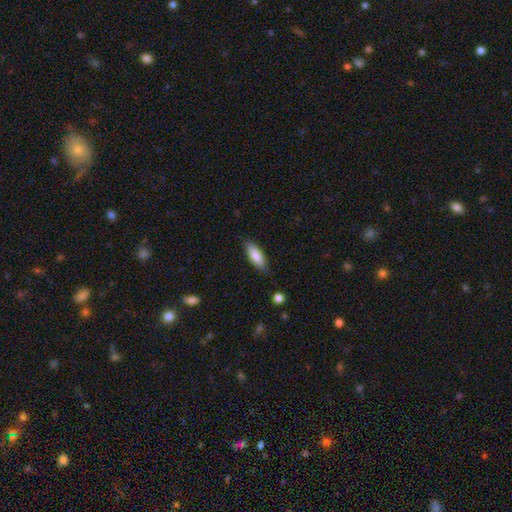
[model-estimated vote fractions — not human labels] Overall: smooth (83%). How rounded: in between (59%; cigar-shaped 40%). Merging: none (83%).